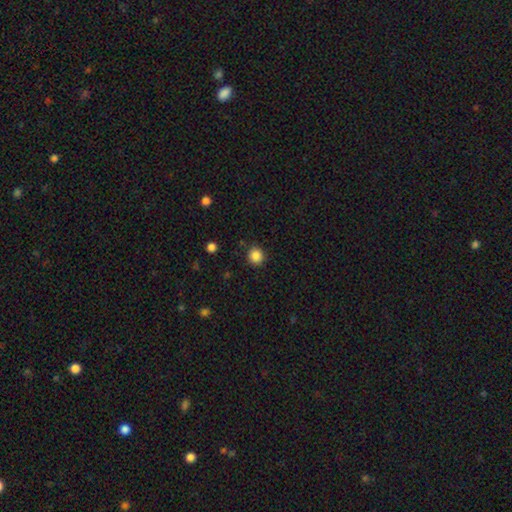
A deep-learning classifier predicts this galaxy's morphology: Smooth or featured?
  - smooth: 86% *
  - star or artifact: 11%
  - featured or disk: 3%
How rounded?
  - round: 89% *
  - in between: 10%
  - cigar-shaped: 1%
Merging?
  - none: 88% *
  - minor disturbance: 8%
  - major disturbance: 2%
  - merger: 2%